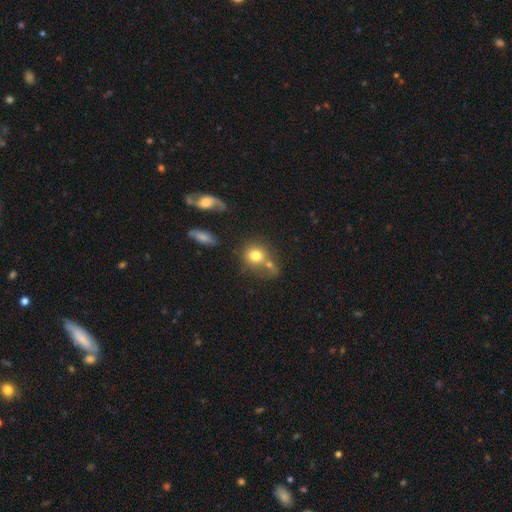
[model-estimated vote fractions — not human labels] Smooth or featured? smooth (75%)
How rounded? round (79%)
Merging? none (45%)